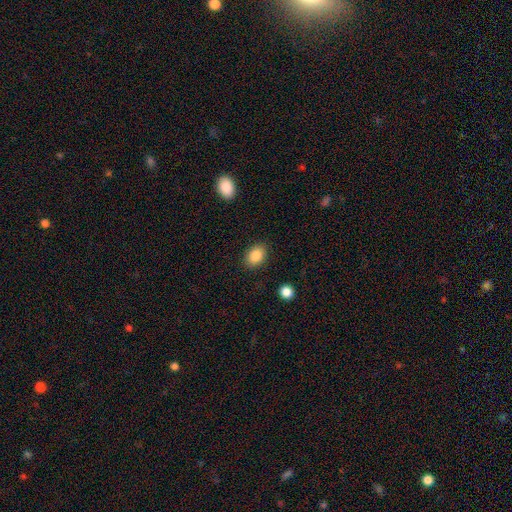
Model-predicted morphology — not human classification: Q: Smooth or featured?
A: smooth (86%); runner-up: star or artifact (8%)
Q: How rounded?
A: in between (78%); runner-up: round (21%)
Q: Merging?
A: none (87%); runner-up: minor disturbance (9%)